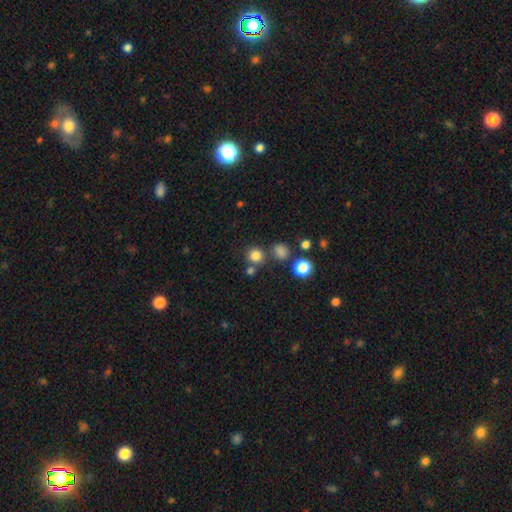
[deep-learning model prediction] A smooth galaxy with no disk features (79%) that is round (92%). Merging: none (75%).